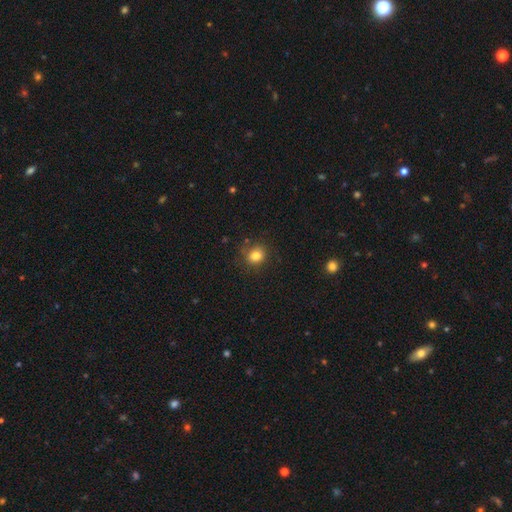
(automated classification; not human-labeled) Smooth or featured? smooth (82%)
How rounded? round (76%)
Merging? none (81%)